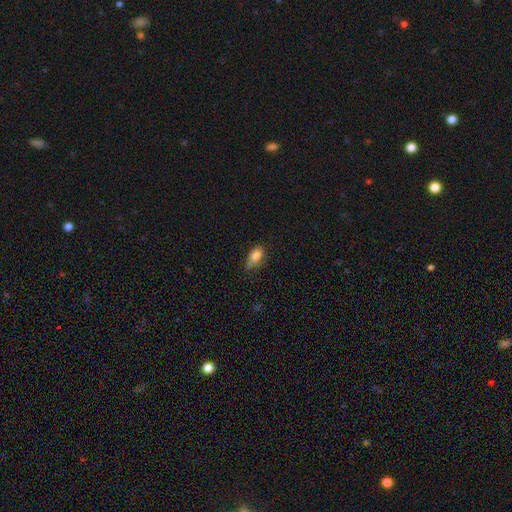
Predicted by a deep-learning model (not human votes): Q: Smooth or featured?
A: smooth (85%); runner-up: star or artifact (8%)
Q: How rounded?
A: in between (87%); runner-up: round (7%)
Q: Merging?
A: none (56%); runner-up: minor disturbance (35%)